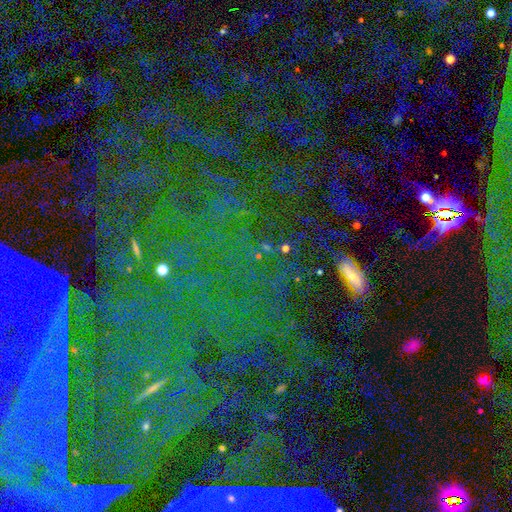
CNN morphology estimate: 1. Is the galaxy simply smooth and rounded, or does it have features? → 79% star or artifact, 11% featured or disk, 10% smooth.